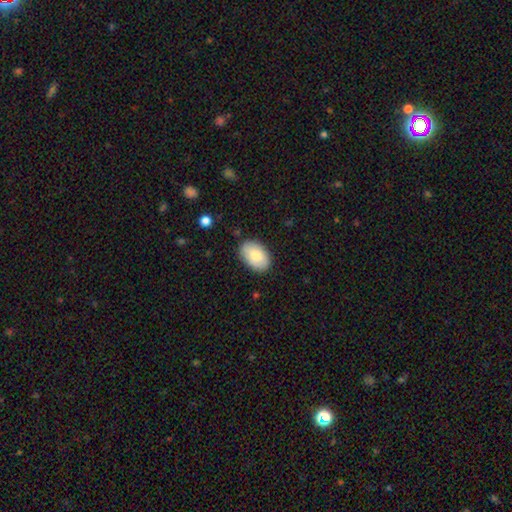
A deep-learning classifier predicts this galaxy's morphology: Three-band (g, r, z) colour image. It shows a smooth galaxy with no disk features (78%) that is in between round and cigar-shaped (91%). Merging: none (85%).